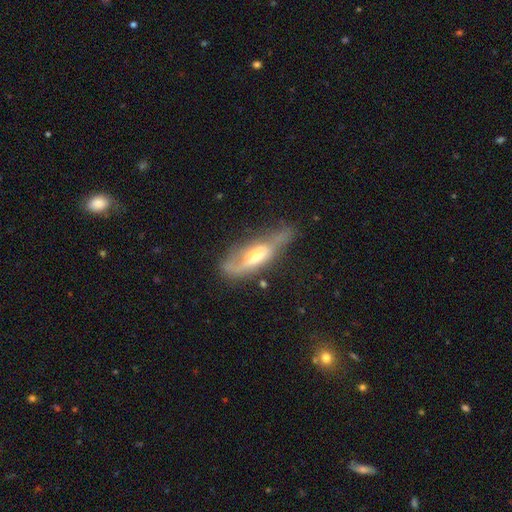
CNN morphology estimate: The model was most divided on "merging": none: 40%, minor disturbance: 29%, major disturbance: 25%, merger: 6%. More confident: smooth or featured — featured or disk (62%); edge-on disk — no (61%).